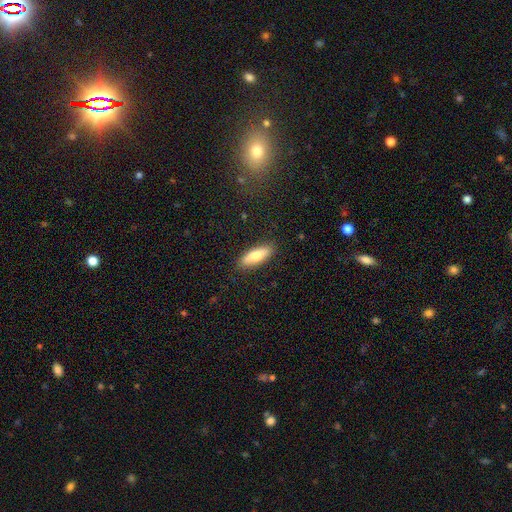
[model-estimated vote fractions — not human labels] Smooth or featured? Predicted: smooth (p=0.76). How rounded? Predicted: in between (p=0.56). Merging? Predicted: none (p=0.88).